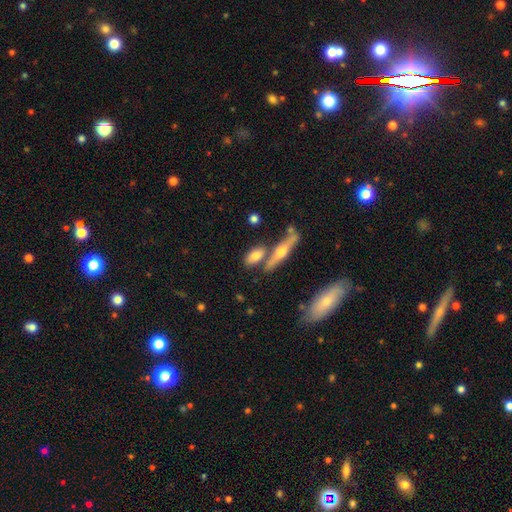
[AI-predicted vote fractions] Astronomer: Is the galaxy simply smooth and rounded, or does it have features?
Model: smooth — 68%.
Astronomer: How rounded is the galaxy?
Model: in between — 77%.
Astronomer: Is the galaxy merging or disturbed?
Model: none — 58%.